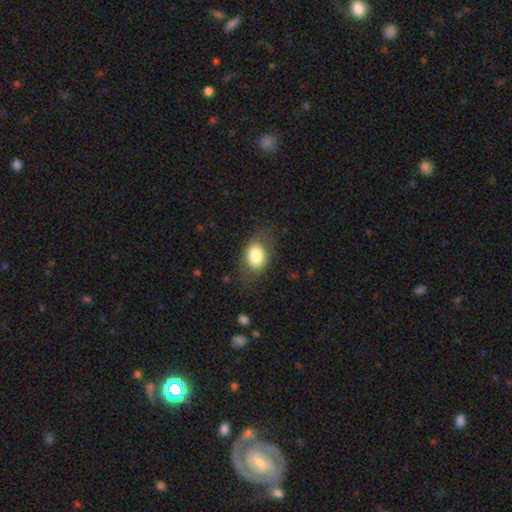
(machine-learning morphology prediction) Q: Smooth or featured?
A: smooth (80%); runner-up: featured or disk (12%)
Q: How rounded?
A: in between (68%); runner-up: round (31%)
Q: Merging?
A: none (72%); runner-up: minor disturbance (18%)